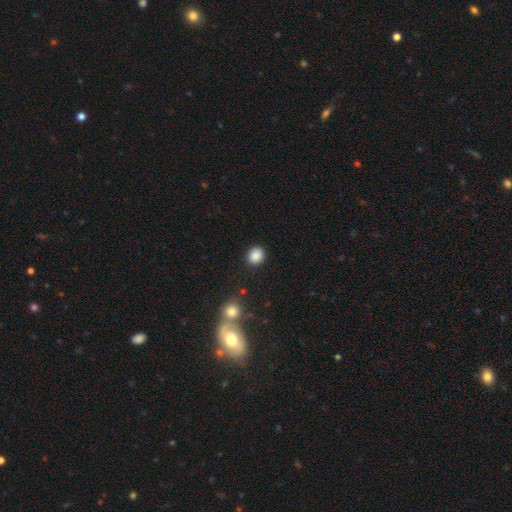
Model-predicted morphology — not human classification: smooth 87%, star or artifact 9%, featured or disk 4%. Down the decision tree: how rounded — round (78%); merging — none (89%).